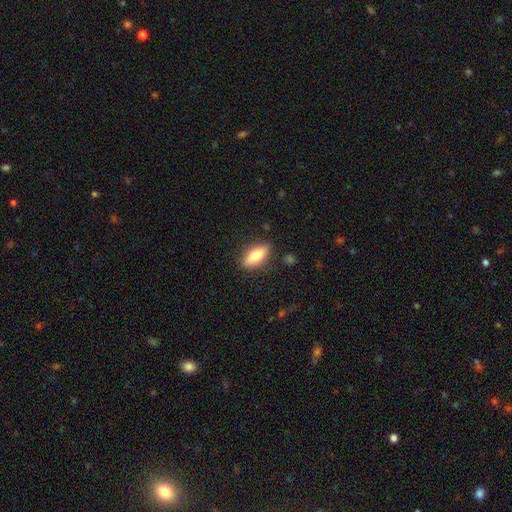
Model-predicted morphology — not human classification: smooth-or-featured: smooth: 77% | featured or disk: 17% | star or artifact: 6%
  how-rounded: in between: 70% | cigar-shaped: 28% | round: 3%
  merging: none: 85% | minor disturbance: 11% | major disturbance: 3% | merger: 2%